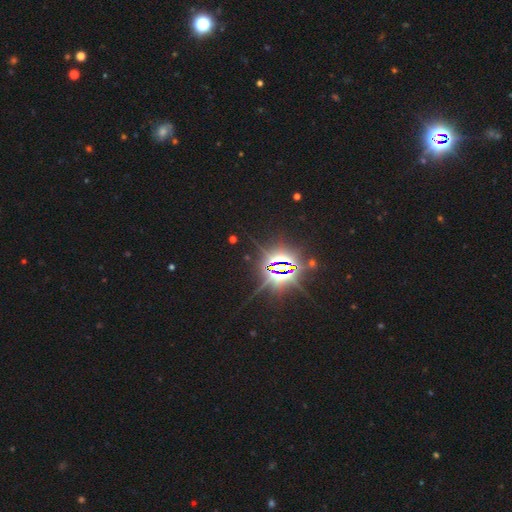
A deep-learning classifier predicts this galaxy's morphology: Smooth or featured? Predicted: star or artifact (p=0.83).